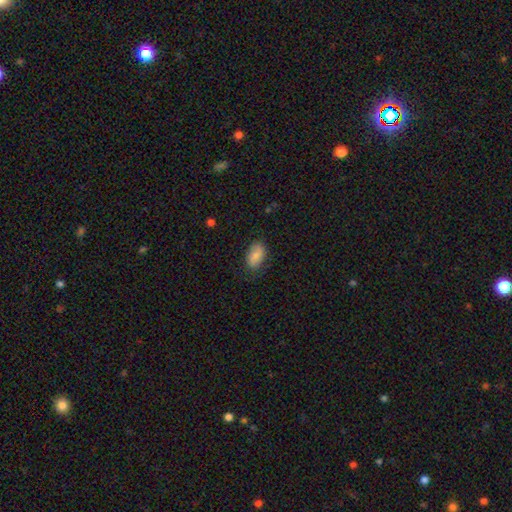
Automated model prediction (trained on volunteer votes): Smooth or featured?
  - smooth: 81% *
  - featured or disk: 13%
  - star or artifact: 7%
How rounded?
  - in between: 92% *
  - round: 6%
  - cigar-shaped: 2%
Merging?
  - none: 77% *
  - minor disturbance: 18%
  - major disturbance: 4%
  - merger: 1%